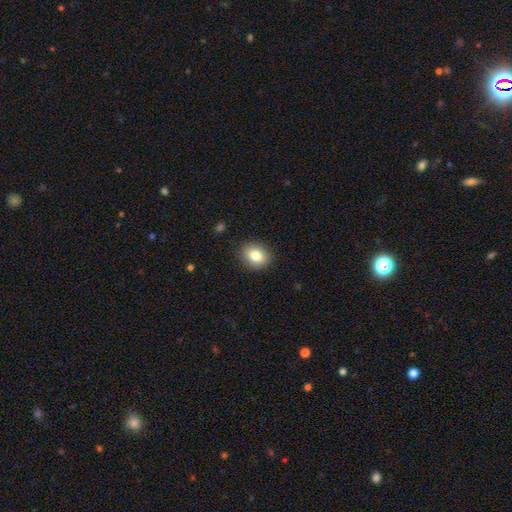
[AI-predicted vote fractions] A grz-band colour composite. It shows a smooth galaxy with no disk features (82%) that is round (50%). Merging: none (88%).